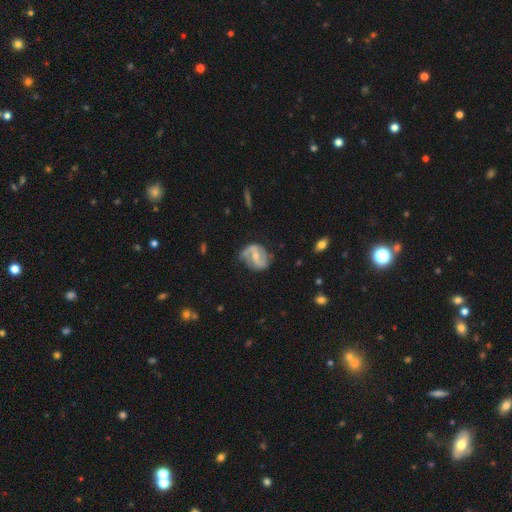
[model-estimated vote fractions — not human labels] Q: Smooth or featured?
A: featured or disk (78%); runner-up: smooth (17%)
Q: Edge-on disk?
A: no (97%); runner-up: yes (3%)
Q: Bar?
A: weak (47%); runner-up: strong (32%)
Q: Spiral arms?
A: yes (89%); runner-up: no (11%)
Q: Spiral winding?
A: medium (43%); runner-up: loose (38%)
Q: Spiral arm count?
A: 2 (81%); runner-up: 1 (9%)
Q: Bulge size?
A: small (48%); runner-up: moderate (45%)
Q: Merging?
A: none (59%); runner-up: minor disturbance (27%)